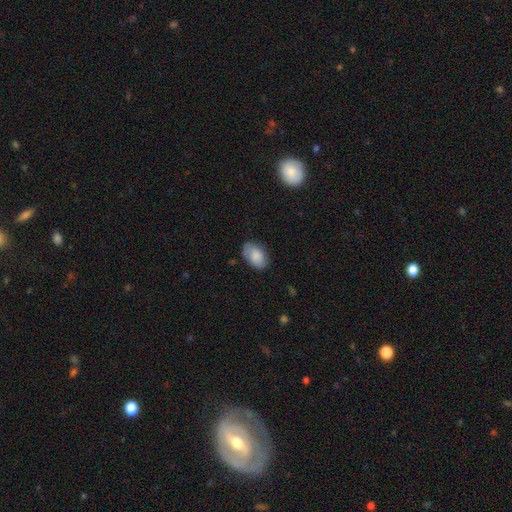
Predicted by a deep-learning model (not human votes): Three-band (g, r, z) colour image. It shows a smooth galaxy with no disk features (81%) that is in between round and cigar-shaped (91%). Merging: none (75%).